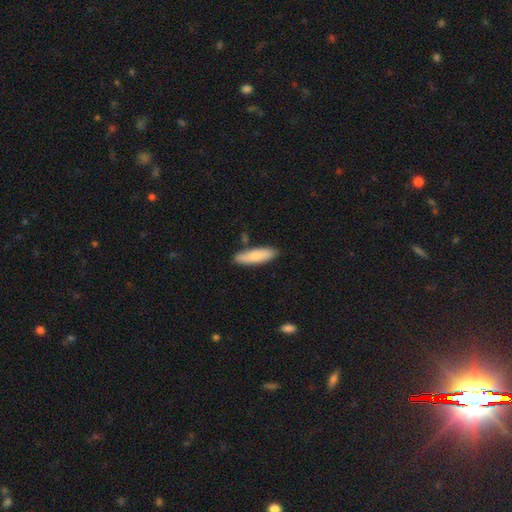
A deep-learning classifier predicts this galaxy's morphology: This is likely a smooth galaxy (78%). How rounded: possibly cigar-shaped (59%). Merging: clearly none (81%).